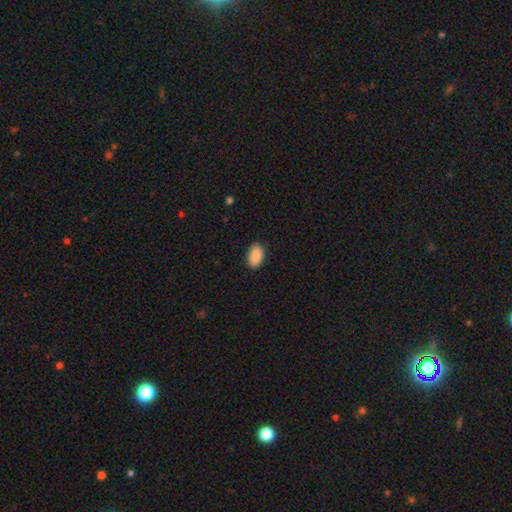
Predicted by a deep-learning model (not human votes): The model was most divided on "merging": none: 88%, minor disturbance: 9%, major disturbance: 2%, merger: 1%. More confident: how rounded — in between (93%); smooth or featured — smooth (91%).